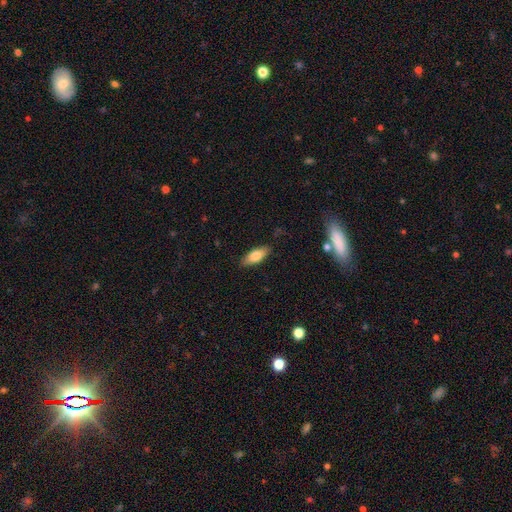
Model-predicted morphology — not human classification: Q: Smooth or featured?
A: smooth (76%); runner-up: featured or disk (18%)
Q: How rounded?
A: in between (74%); runner-up: cigar-shaped (23%)
Q: Merging?
A: none (86%); runner-up: minor disturbance (11%)